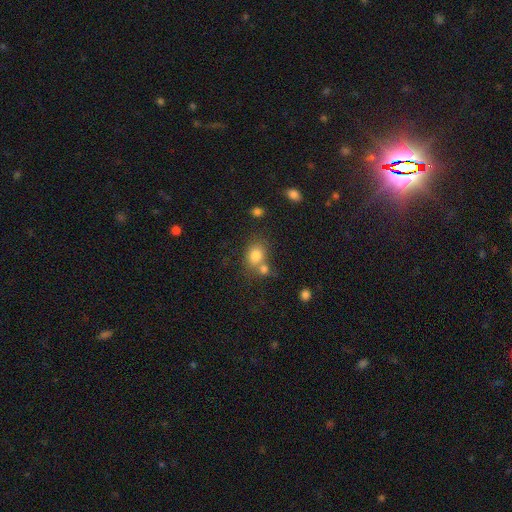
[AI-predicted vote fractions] A smooth galaxy with no disk features (80%) that is round (51%). Merging: none (45%).